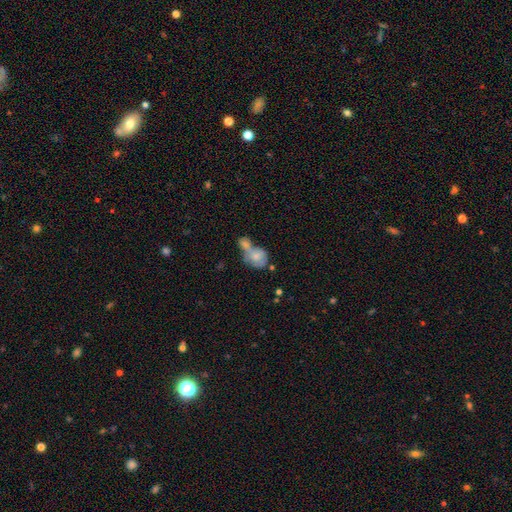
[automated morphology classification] Smooth or featured?
  - smooth: 68% *
  - featured or disk: 25%
  - star or artifact: 8%
How rounded?
  - round: 52% *
  - in between: 47%
  - cigar-shaped: 2%
Merging?
  - merger: 65% *
  - none: 18%
  - minor disturbance: 10%
  - major disturbance: 7%